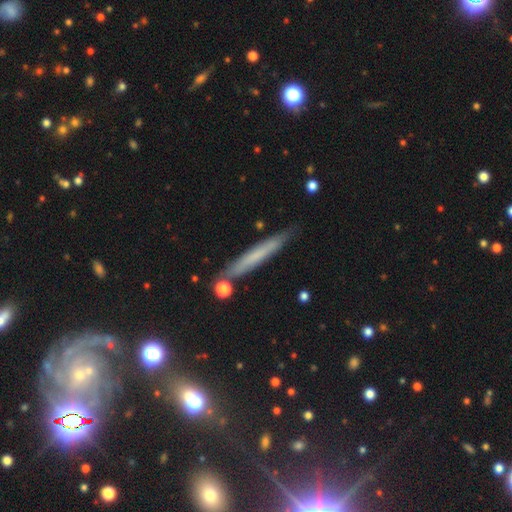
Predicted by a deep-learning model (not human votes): Morphology: type=smooth (55%); roundness=cigar-shaped (96%); merging=none (84%).